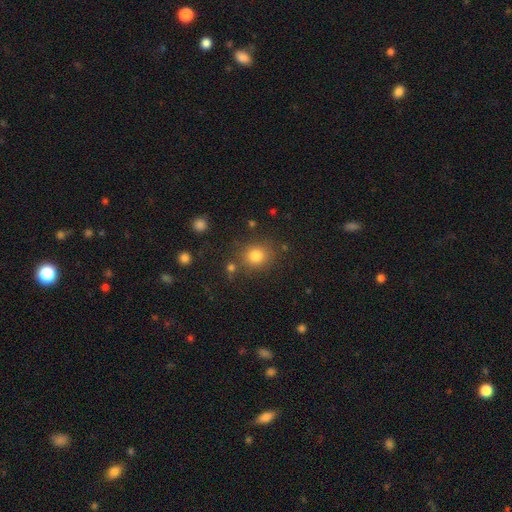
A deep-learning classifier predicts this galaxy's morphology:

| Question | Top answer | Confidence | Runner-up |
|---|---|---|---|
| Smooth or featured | smooth | 81% | star or artifact (12%) |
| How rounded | round | 77% | in between (22%) |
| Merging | none | 80% | minor disturbance (10%) |